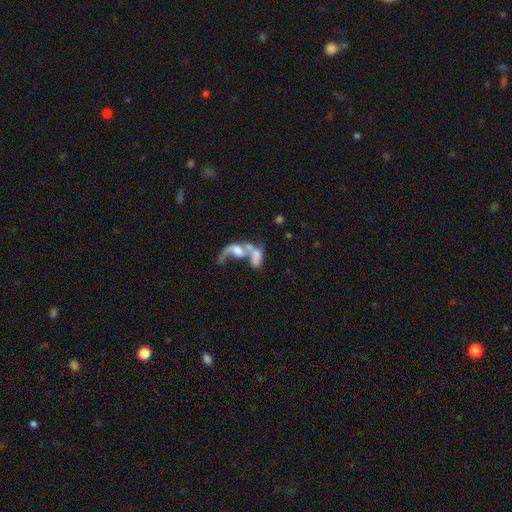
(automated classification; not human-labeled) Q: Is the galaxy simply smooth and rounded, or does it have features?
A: featured or disk — 49%.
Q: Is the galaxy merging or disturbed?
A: merger — 71%.